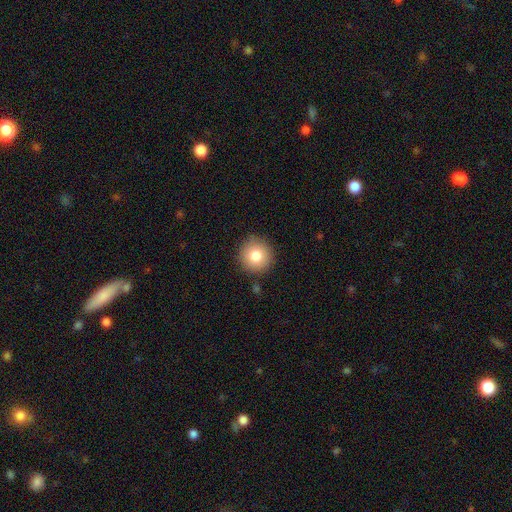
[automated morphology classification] Smooth or featured?
  - smooth: 81% *
  - star or artifact: 10%
  - featured or disk: 10%
How rounded?
  - round: 95% *
  - in between: 4%
  - cigar-shaped: 1%
Merging?
  - none: 88% *
  - minor disturbance: 8%
  - major disturbance: 2%
  - merger: 2%